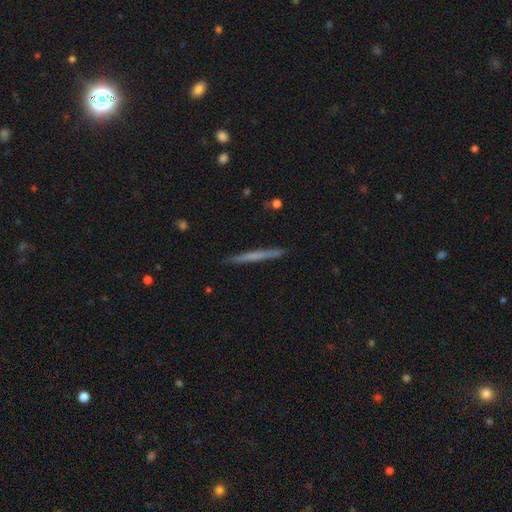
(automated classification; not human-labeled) Smooth or featured?
  - smooth: 50% *
  - featured or disk: 44%
  - star or artifact: 6%
How rounded?
  - cigar-shaped: 97% *
  - in between: 2%
  - round: 1%
Merging?
  - none: 91% *
  - minor disturbance: 7%
  - major disturbance: 1%
  - merger: 1%